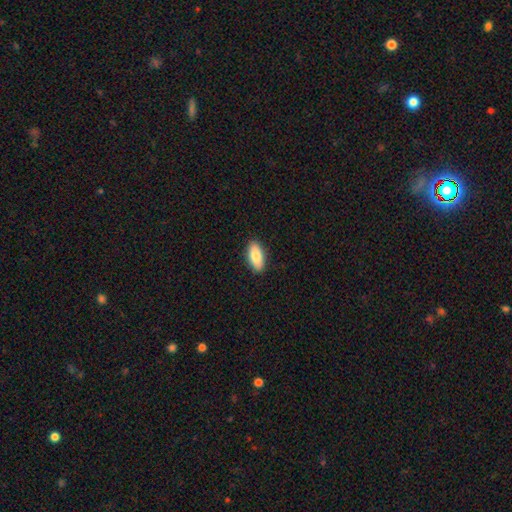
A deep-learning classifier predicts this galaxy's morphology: smooth_or_featured: smooth (p=0.83) [alt: featured or disk p=0.11]
how_rounded: in between (p=0.86) [alt: cigar-shaped p=0.11]
merging: none (p=0.89) [alt: minor disturbance p=0.08]